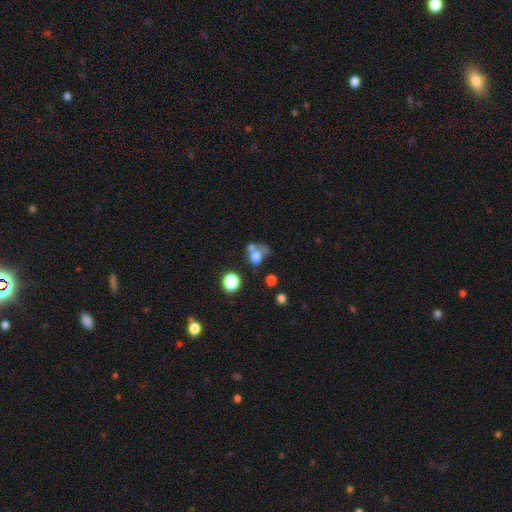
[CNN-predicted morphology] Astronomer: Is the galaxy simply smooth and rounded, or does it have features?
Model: smooth — 67%.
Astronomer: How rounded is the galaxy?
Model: in between — 50% (runner-up: round, 49%).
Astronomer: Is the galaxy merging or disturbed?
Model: merger — 42% (runner-up: none, 26%).